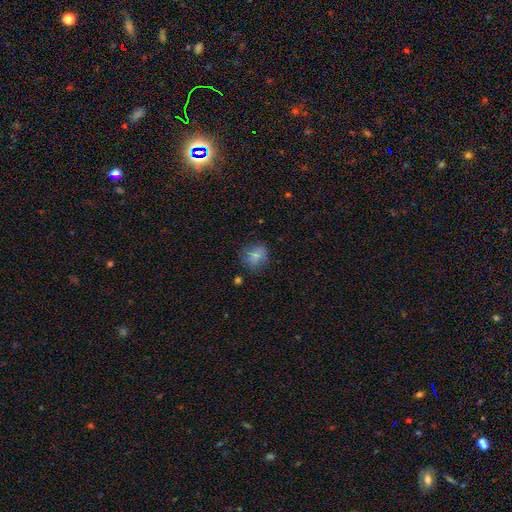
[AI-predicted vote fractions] Overall: smooth (79%). How rounded: round (61%; in between 38%). Merging: none (69%).